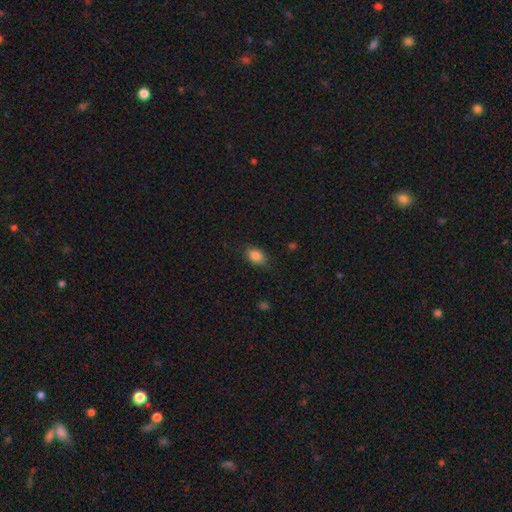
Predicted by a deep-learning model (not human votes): This is clearly a smooth galaxy (87%). How rounded: clearly in between (85%). Merging: clearly none (84%).